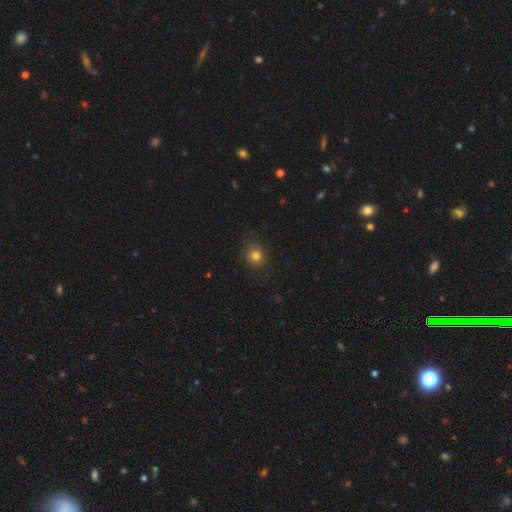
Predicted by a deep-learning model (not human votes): smooth-or-featured: smooth: 79% | star or artifact: 14% | featured or disk: 7%
  how-rounded: round: 81% | in between: 18% | cigar-shaped: 1%
  merging: none: 86% | minor disturbance: 10% | major disturbance: 3% | merger: 1%